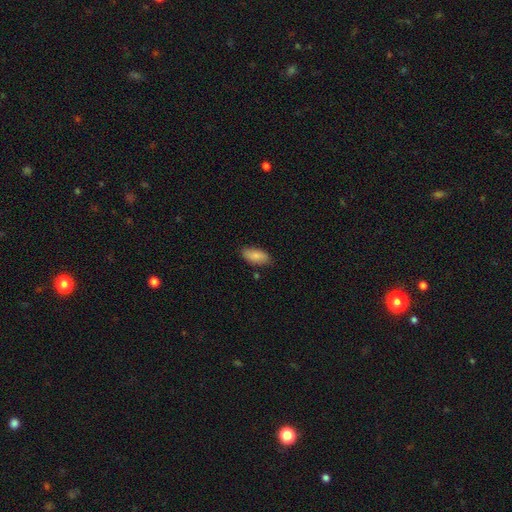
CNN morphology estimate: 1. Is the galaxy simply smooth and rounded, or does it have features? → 83% smooth, 11% featured or disk, 6% star or artifact.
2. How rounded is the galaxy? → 89% in between, 8% cigar-shaped, 2% round.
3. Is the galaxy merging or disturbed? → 81% none, 14% minor disturbance, 2% major disturbance, 2% merger.